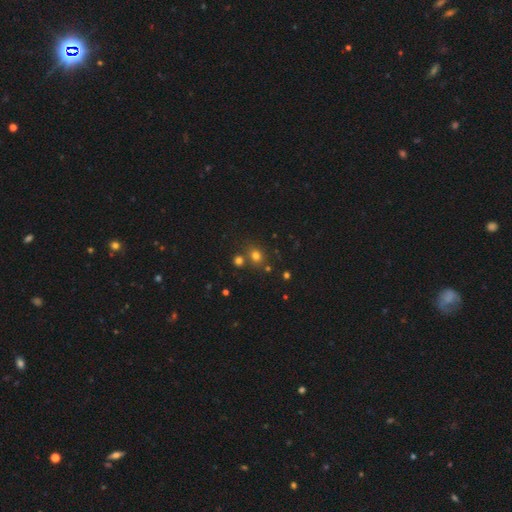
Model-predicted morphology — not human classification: Smooth or featured: smooth — 72% (star or artifact — 20%)
How rounded: round — 68% (in between — 30%)
Merging: none — 67% (merger — 19%)